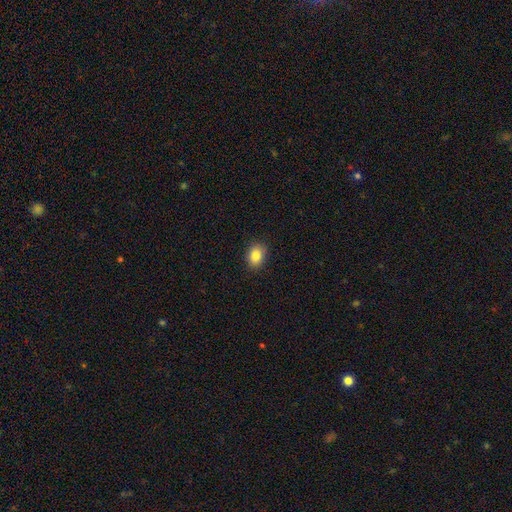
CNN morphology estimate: smooth-or-featured: smooth: 85% | star or artifact: 9% | featured or disk: 6%
  how-rounded: in between: 65% | round: 34% | cigar-shaped: 1%
  merging: none: 87% | minor disturbance: 10% | major disturbance: 2% | merger: 1%